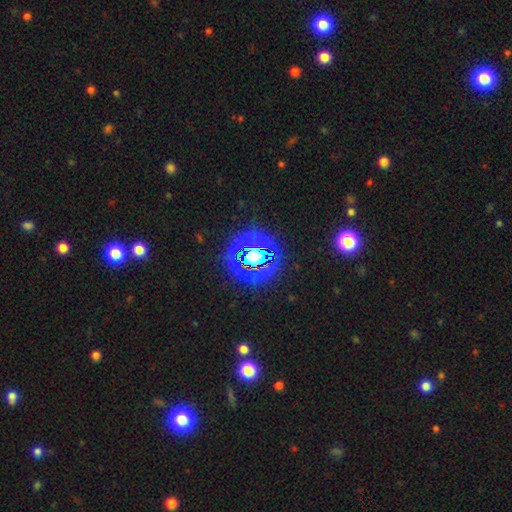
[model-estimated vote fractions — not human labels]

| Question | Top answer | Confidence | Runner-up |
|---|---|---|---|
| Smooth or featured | star or artifact | 73% | smooth (16%) |